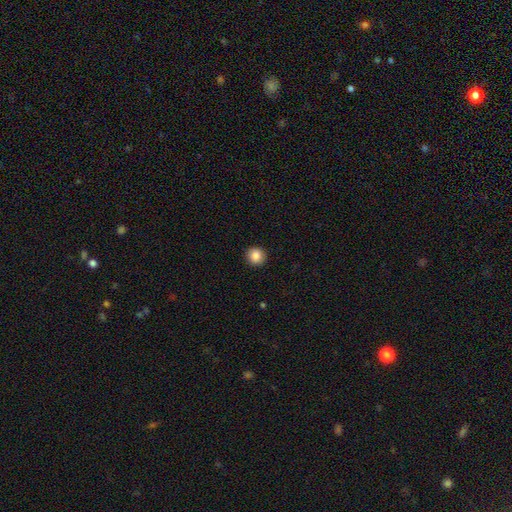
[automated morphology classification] smooth-or-featured: smooth: 86% | star or artifact: 9% | featured or disk: 4%
  how-rounded: round: 92% | in between: 7% | cigar-shaped: 1%
  merging: none: 92% | minor disturbance: 5% | major disturbance: 2% | merger: 1%